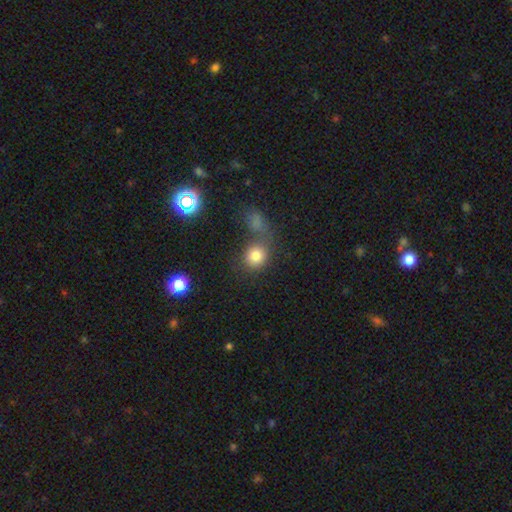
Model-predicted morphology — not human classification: This is likely a smooth galaxy (79%). How rounded: likely round (77%). Merging: possibly none (53%).